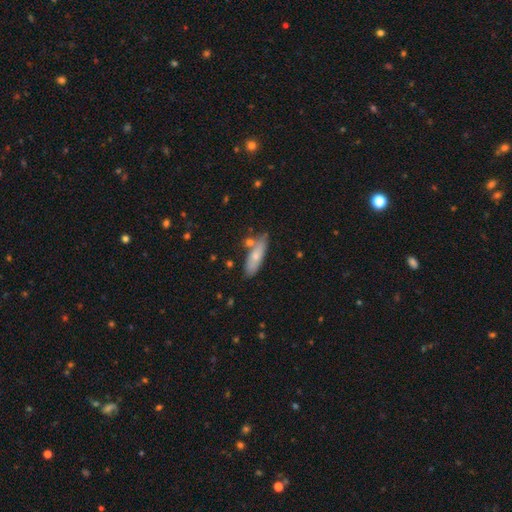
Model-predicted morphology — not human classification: Smooth or featured?
  - smooth: 69% *
  - featured or disk: 25%
  - star or artifact: 6%
How rounded?
  - cigar-shaped: 53% *
  - in between: 44%
  - round: 2%
Merging?
  - none: 70% *
  - minor disturbance: 17%
  - merger: 10%
  - major disturbance: 3%